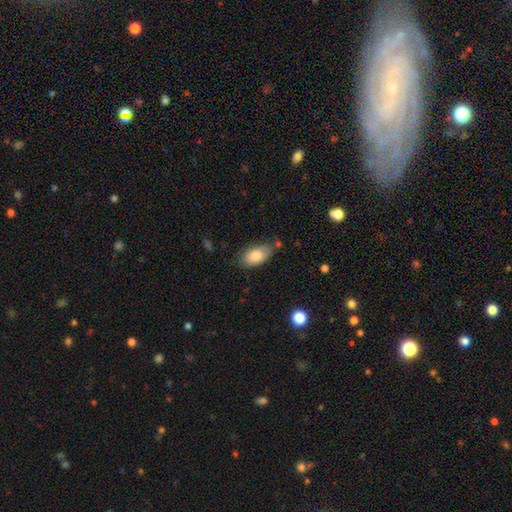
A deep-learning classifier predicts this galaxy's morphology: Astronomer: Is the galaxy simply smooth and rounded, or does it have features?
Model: smooth — 83%.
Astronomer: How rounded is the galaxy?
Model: in between — 93%.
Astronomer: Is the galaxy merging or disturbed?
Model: none — 71%.